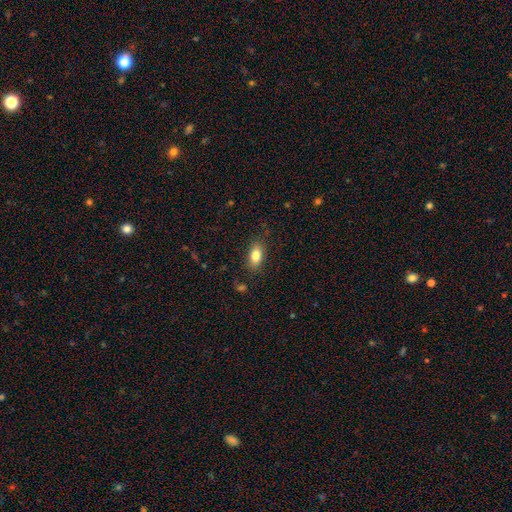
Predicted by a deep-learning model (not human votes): A smooth galaxy with no disk features (82%) that is in between round and cigar-shaped (87%). Merging: none (84%).